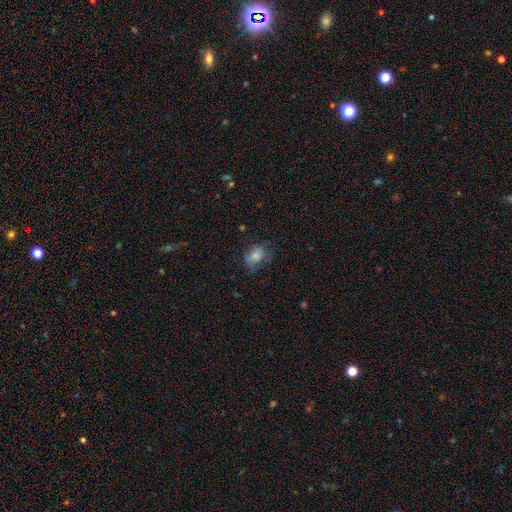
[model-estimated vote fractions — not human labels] Smooth or featured? Predicted: smooth (p=0.71). How rounded? Predicted: in between (p=0.66). Merging? Predicted: none (p=0.54).